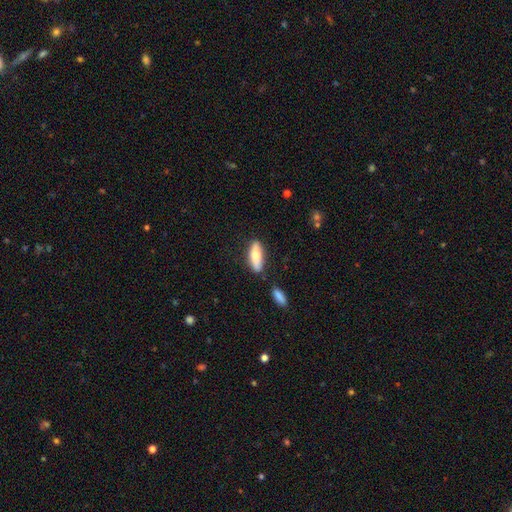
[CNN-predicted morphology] type=smooth (73%); roundness=in between (57%); merging=none (75%).